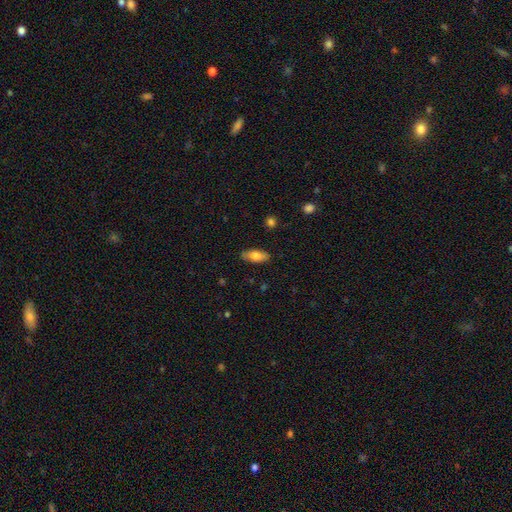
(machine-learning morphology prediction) smooth-or-featured: smooth: 76% | featured or disk: 17% | star or artifact: 7%
  how-rounded: in between: 85% | cigar-shaped: 12% | round: 3%
  merging: none: 83% | minor disturbance: 13% | major disturbance: 3% | merger: 1%